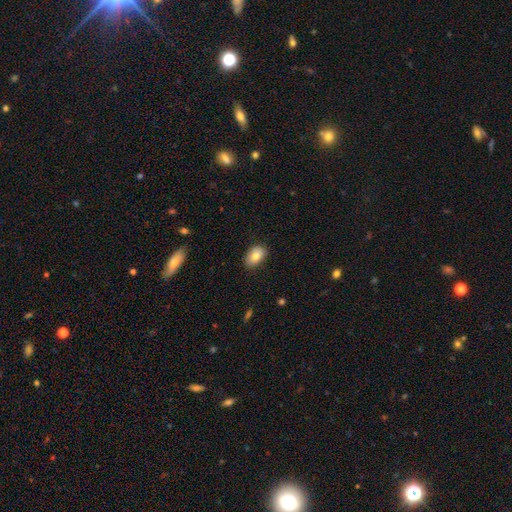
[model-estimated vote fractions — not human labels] Smooth or featured?
  - smooth: 83% *
  - featured or disk: 10%
  - star or artifact: 7%
How rounded?
  - in between: 89% *
  - round: 10%
  - cigar-shaped: 1%
Merging?
  - none: 85% *
  - minor disturbance: 12%
  - major disturbance: 2%
  - merger: 1%